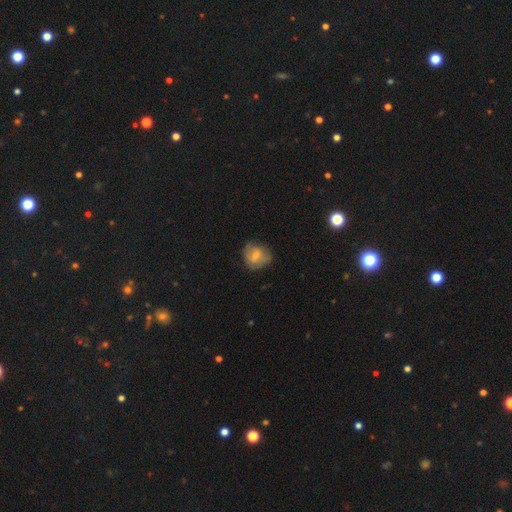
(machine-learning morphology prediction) Smooth or featured?
  - smooth: 61% *
  - featured or disk: 31%
  - star or artifact: 8%
How rounded?
  - round: 67% *
  - in between: 32%
  - cigar-shaped: 1%
Merging?
  - none: 59% *
  - minor disturbance: 29%
  - major disturbance: 10%
  - merger: 2%